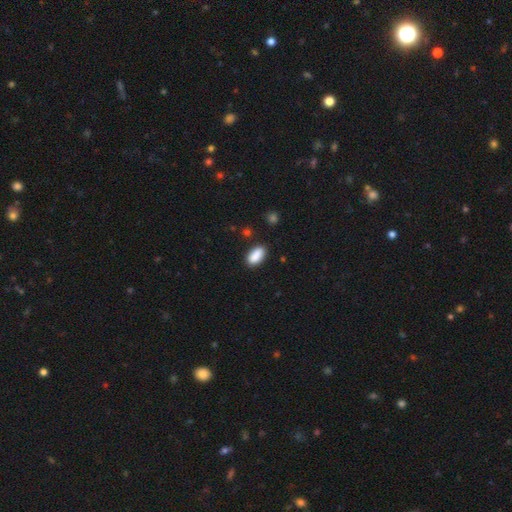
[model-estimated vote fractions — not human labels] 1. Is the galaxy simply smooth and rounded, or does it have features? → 89% smooth, 7% star or artifact, 4% featured or disk.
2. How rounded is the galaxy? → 89% in between, 7% cigar-shaped, 3% round.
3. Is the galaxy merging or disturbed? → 82% none, 12% minor disturbance, 3% merger, 3% major disturbance.